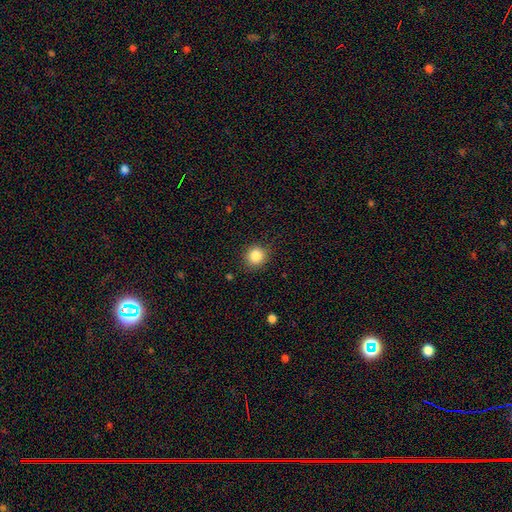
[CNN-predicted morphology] This is clearly a smooth galaxy (86%). How rounded: clearly round (89%). Merging: clearly none (87%).